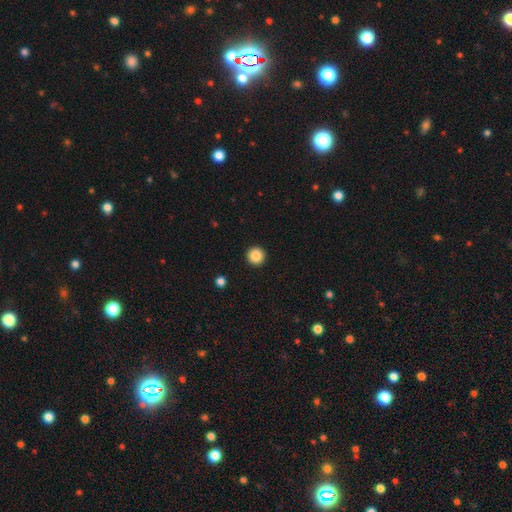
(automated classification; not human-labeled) A smooth galaxy with no disk features (87%) that is round (97%). Merging: none (94%).